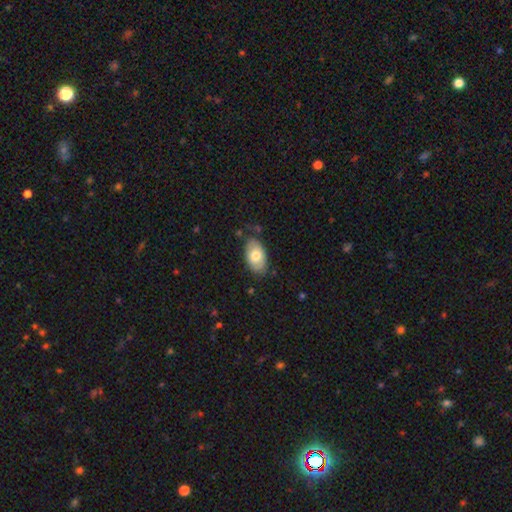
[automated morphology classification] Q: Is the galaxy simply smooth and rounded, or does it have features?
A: smooth — 70%.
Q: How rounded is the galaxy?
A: in between — 94%.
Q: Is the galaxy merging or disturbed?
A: none — 73%.